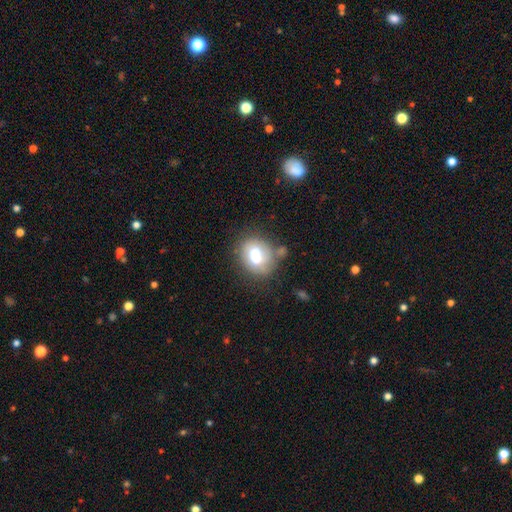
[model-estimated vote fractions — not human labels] This is likely a smooth galaxy (72%). How rounded: possibly in between (50%). Merging: possibly none (54%).